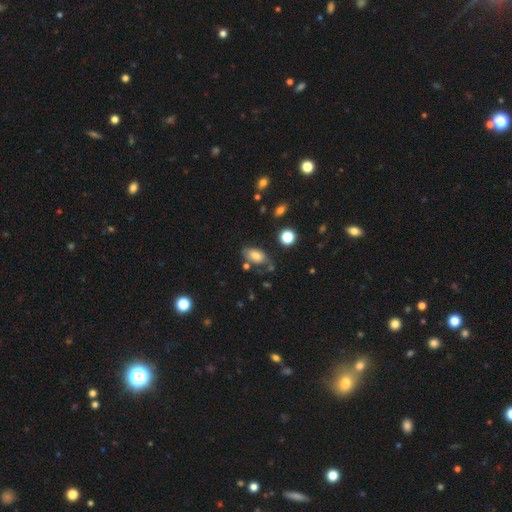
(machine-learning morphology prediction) Smooth or featured?
  - smooth: 68% *
  - featured or disk: 22%
  - star or artifact: 10%
How rounded?
  - in between: 90% *
  - round: 7%
  - cigar-shaped: 3%
Merging?
  - none: 51% *
  - minor disturbance: 25%
  - major disturbance: 15%
  - merger: 9%